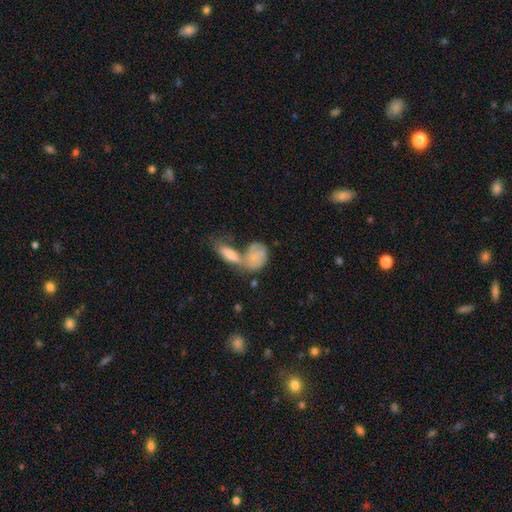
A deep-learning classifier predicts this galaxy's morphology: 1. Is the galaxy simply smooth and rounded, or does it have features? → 67% smooth, 26% featured or disk, 7% star or artifact.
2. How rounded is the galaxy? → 77% in between, 15% round, 8% cigar-shaped.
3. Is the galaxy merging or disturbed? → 54% merger, 25% none, 12% minor disturbance, 9% major disturbance.